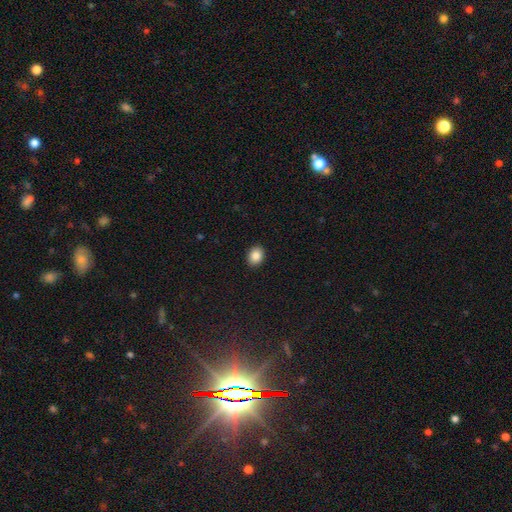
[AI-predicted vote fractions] A smooth galaxy with no disk features (87%) that is in between round and cigar-shaped (58%).

Vote fractions:
- Smooth or featured? smooth: 87% / star or artifact: 9% / featured or disk: 5%
- How rounded? in between: 58% / round: 42% / cigar-shaped: 1%
- Merging? none: 91% / minor disturbance: 6% / major disturbance: 2% / merger: 1%